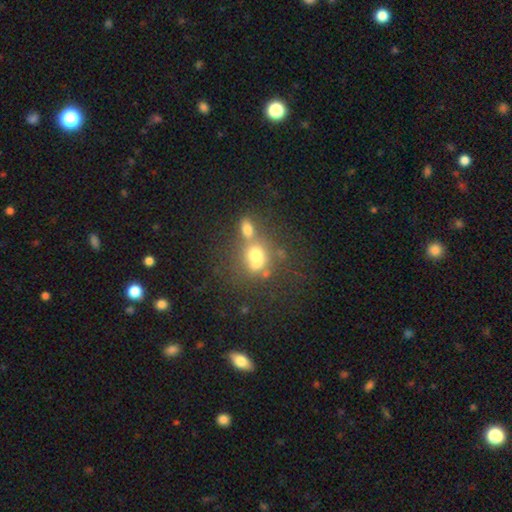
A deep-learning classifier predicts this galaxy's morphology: A smooth galaxy with no disk features (59%) that is round (65%).

Vote fractions:
- Smooth or featured? smooth: 59% / featured or disk: 24% / star or artifact: 17%
- How rounded? round: 65% / in between: 34% / cigar-shaped: 2%
- Merging? merger: 54% / none: 30% / minor disturbance: 9% / major disturbance: 7%